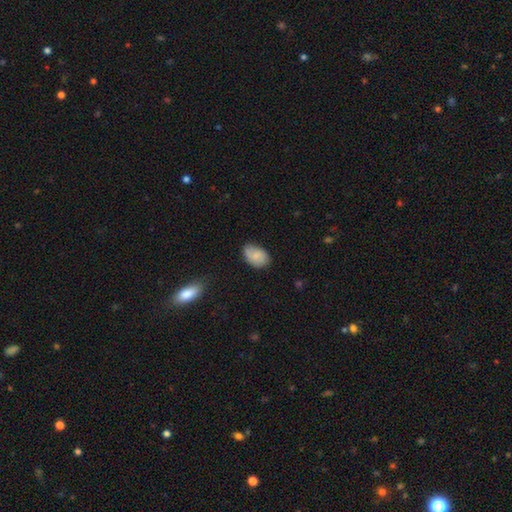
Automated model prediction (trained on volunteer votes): A smooth galaxy with no disk features (78%) that is in between round and cigar-shaped (90%).

Vote fractions:
- Smooth or featured? smooth: 78% / featured or disk: 15% / star or artifact: 7%
- How rounded? in between: 90% / round: 9% / cigar-shaped: 1%
- Merging? none: 67% / minor disturbance: 26% / major disturbance: 5% / merger: 2%